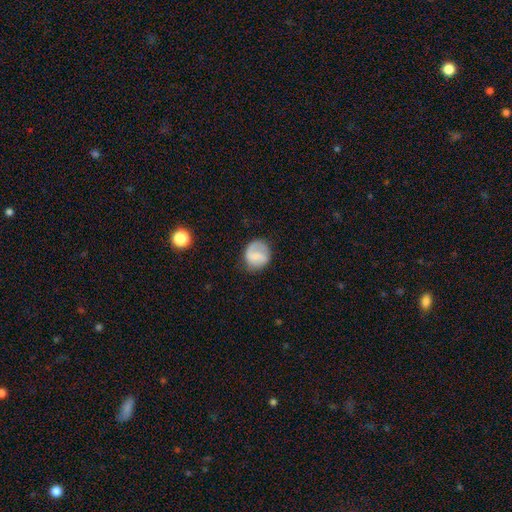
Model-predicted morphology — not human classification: Q: Smooth or featured?
A: smooth (56%); runner-up: featured or disk (37%)
Q: How rounded?
A: round (77%); runner-up: in between (22%)
Q: Merging?
A: none (66%); runner-up: minor disturbance (22%)